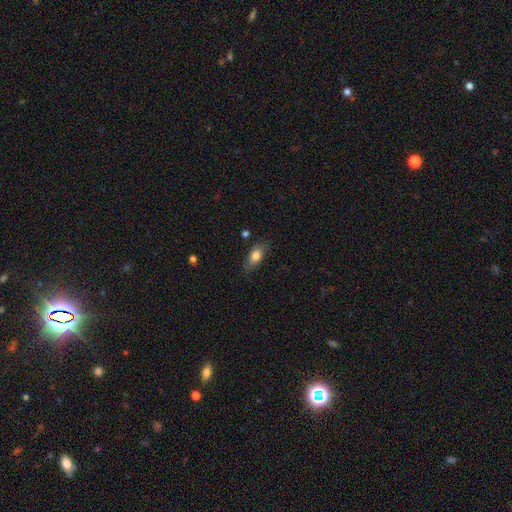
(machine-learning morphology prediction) Q: Smooth or featured?
A: smooth (77%); runner-up: featured or disk (16%)
Q: How rounded?
A: in between (84%); runner-up: cigar-shaped (11%)
Q: Merging?
A: none (72%); runner-up: minor disturbance (21%)